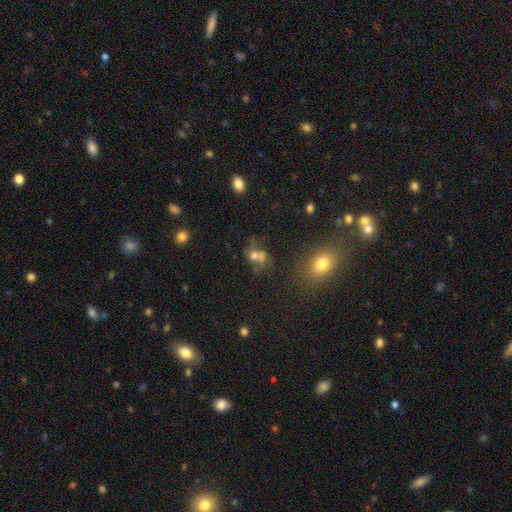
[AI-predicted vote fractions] This appears to be a smooth galaxy with no disk features (56%) that is round (56%). Merging: merger (50%).